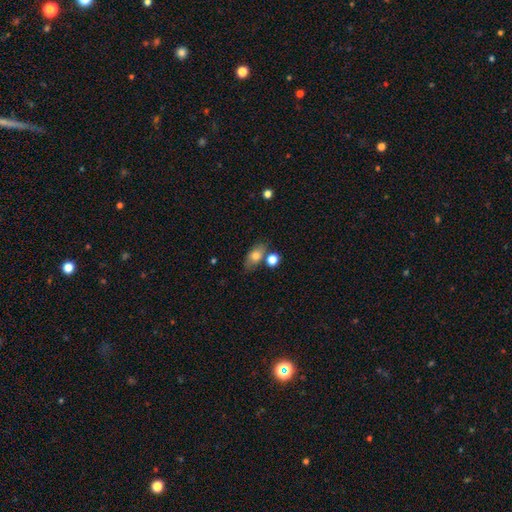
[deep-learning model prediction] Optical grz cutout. It shows a smooth galaxy with no disk features (75%) that is in between round and cigar-shaped (81%). Merging: none (64%).